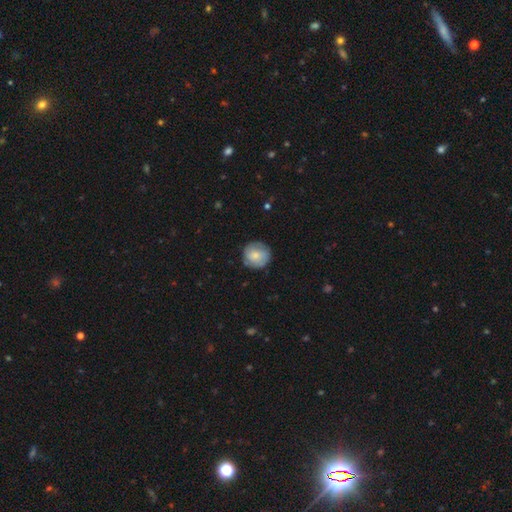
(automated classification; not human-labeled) The model was most divided on "smooth or featured": smooth: 71%, featured or disk: 22%, star or artifact: 7%. More confident: how rounded — round (92%); merging — none (81%).